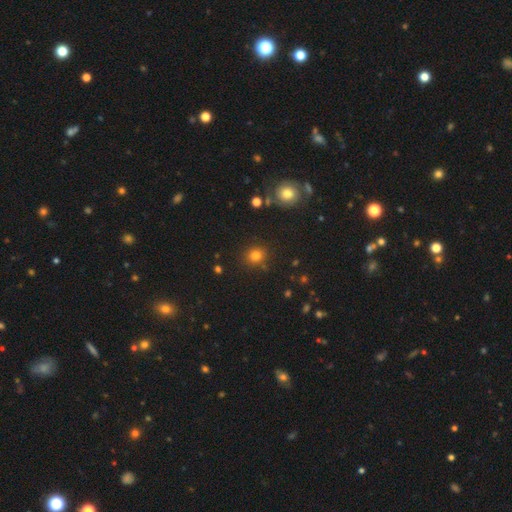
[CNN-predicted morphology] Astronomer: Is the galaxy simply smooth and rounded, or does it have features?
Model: smooth — 78%.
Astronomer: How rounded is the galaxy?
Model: round — 83%.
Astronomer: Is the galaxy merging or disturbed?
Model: none — 86%.